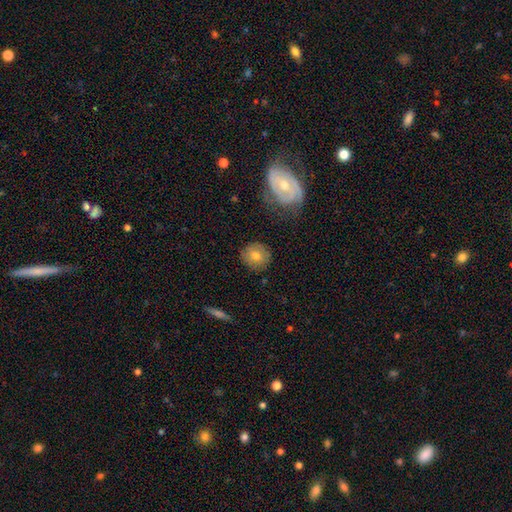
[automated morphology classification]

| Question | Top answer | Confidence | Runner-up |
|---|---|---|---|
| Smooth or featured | smooth | 71% | featured or disk (21%) |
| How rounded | round | 87% | in between (12%) |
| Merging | none | 83% | minor disturbance (11%) |